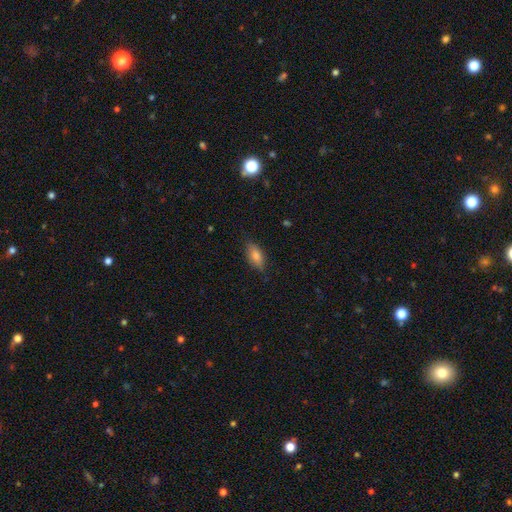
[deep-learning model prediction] Q: Smooth or featured?
A: smooth (69%); runner-up: featured or disk (22%)
Q: How rounded?
A: in between (78%); runner-up: cigar-shaped (18%)
Q: Merging?
A: none (80%); runner-up: minor disturbance (16%)